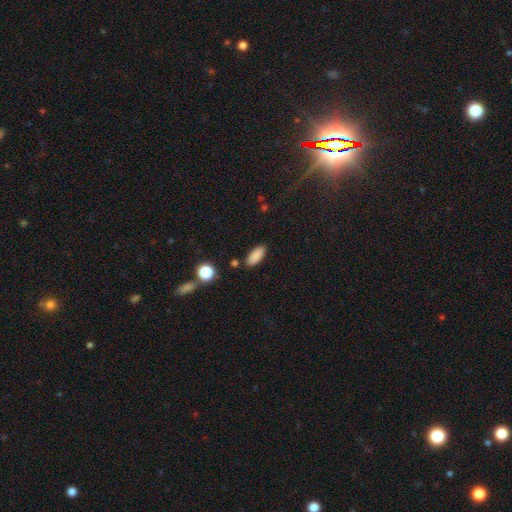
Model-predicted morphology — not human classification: Overall: smooth (87%). How rounded: in between (82%). Merging: none (86%).